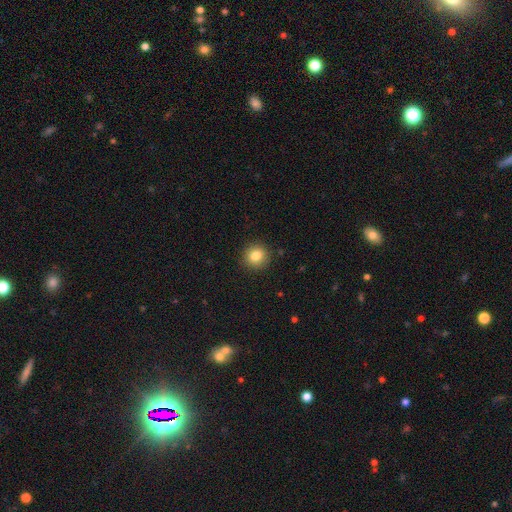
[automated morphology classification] Q: Smooth or featured?
A: smooth (83%); runner-up: star or artifact (11%)
Q: How rounded?
A: round (91%); runner-up: in between (8%)
Q: Merging?
A: none (91%); runner-up: minor disturbance (6%)